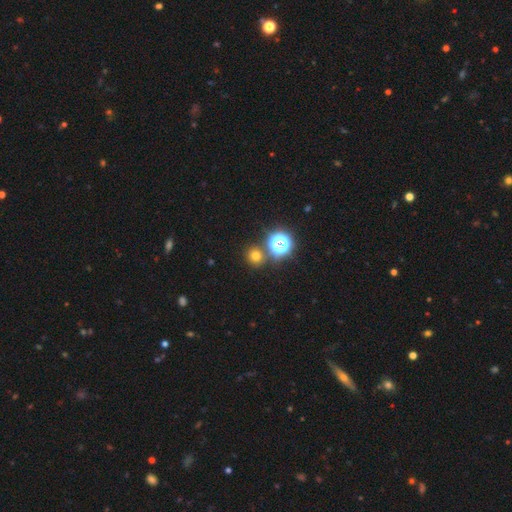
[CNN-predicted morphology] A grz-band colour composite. It shows a smooth galaxy with no disk features (69%) that is round (91%). Merging: none (80%).